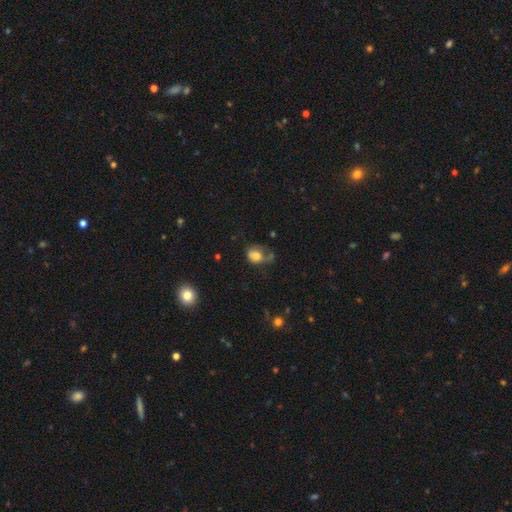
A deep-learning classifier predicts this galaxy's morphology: Q: Smooth or featured?
A: smooth (72%); runner-up: featured or disk (19%)
Q: How rounded?
A: in between (55%); runner-up: round (44%)
Q: Merging?
A: major disturbance (31%); tied with: none (31%)